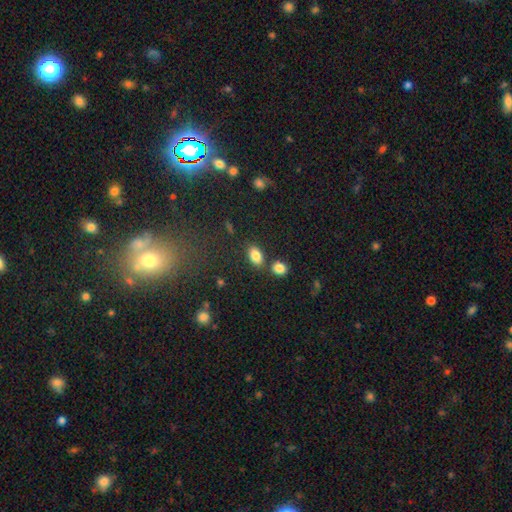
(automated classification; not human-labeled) A smooth galaxy with no disk features (84%) that is in between round and cigar-shaped (86%). Merging: none (72%).